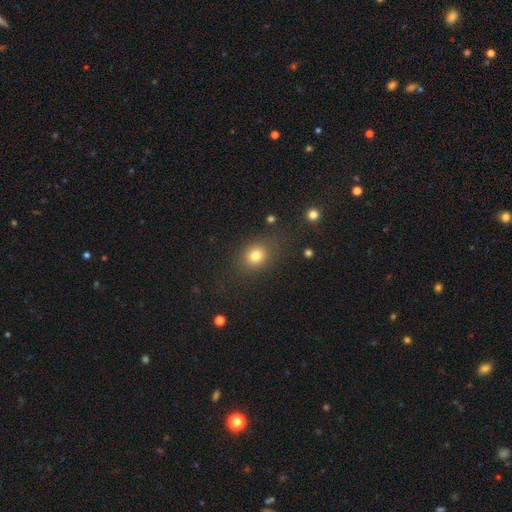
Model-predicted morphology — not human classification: Smooth or featured: smooth — 79% (star or artifact — 13%)
How rounded: round — 66% (in between — 32%)
Merging: none — 79% (minor disturbance — 12%)